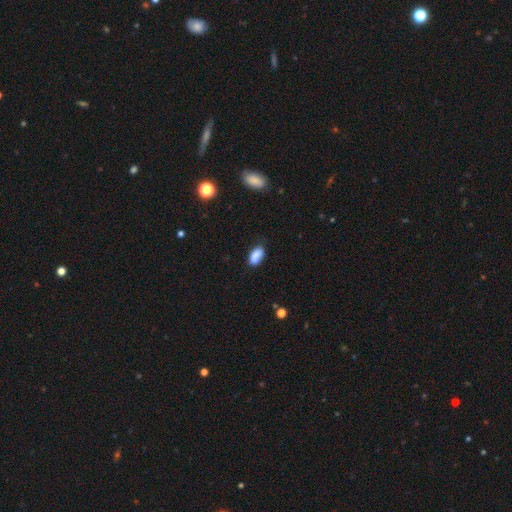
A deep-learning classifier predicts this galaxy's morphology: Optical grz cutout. It shows a smooth galaxy with no disk features (86%) that is in between round and cigar-shaped (91%). Merging: none (72%).